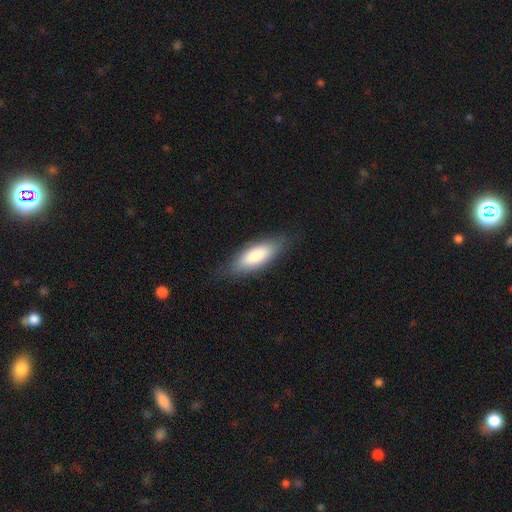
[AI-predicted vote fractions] A smooth galaxy with no disk features (82%) that is in between round and cigar-shaped (72%).

Vote fractions:
- Smooth or featured? smooth: 82% / featured or disk: 12% / star or artifact: 6%
- How rounded? in between: 72% / cigar-shaped: 26% / round: 2%
- Merging? none: 79% / minor disturbance: 15% / major disturbance: 4% / merger: 1%